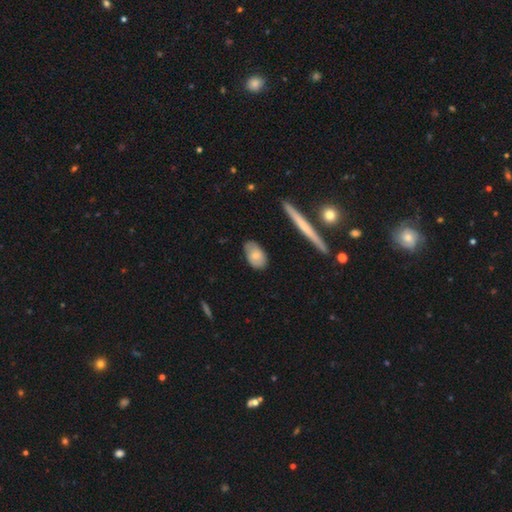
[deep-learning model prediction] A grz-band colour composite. It shows a smooth galaxy with no disk features (70%) that is in between round and cigar-shaped (88%). Merging: none (76%).